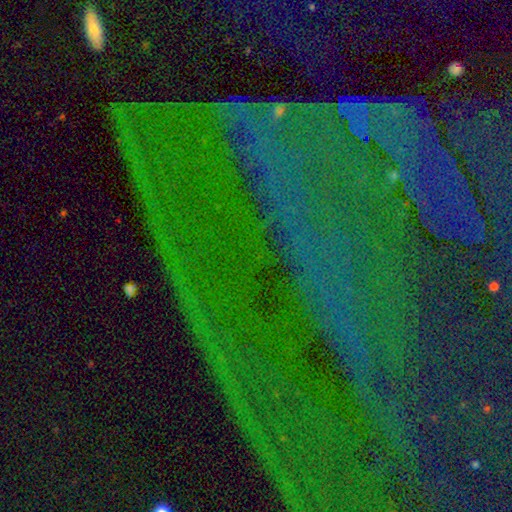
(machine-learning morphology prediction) A star or artifact, not a galaxy (83%).

Vote fractions:
- Smooth or featured? star or artifact: 83% / featured or disk: 10% / smooth: 7%